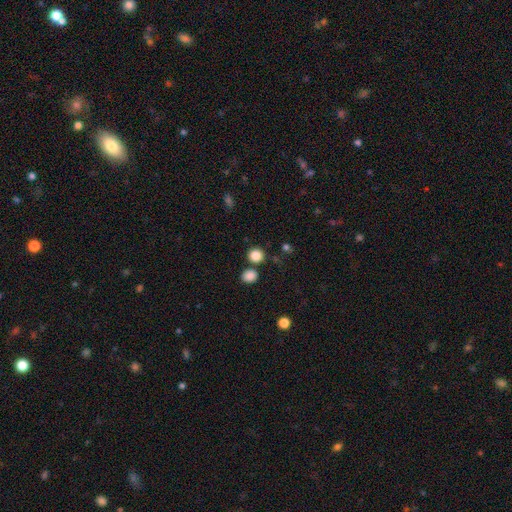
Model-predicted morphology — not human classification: Smooth or featured?
  - smooth: 86% *
  - star or artifact: 10%
  - featured or disk: 4%
How rounded?
  - round: 86% *
  - in between: 13%
  - cigar-shaped: 1%
Merging?
  - none: 78% *
  - merger: 12%
  - minor disturbance: 7%
  - major disturbance: 3%